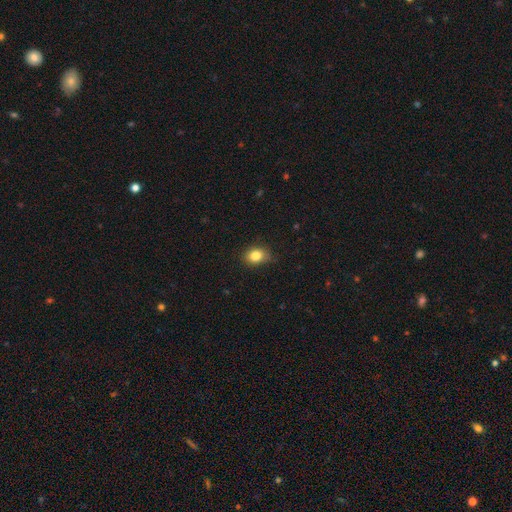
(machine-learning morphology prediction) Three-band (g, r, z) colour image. It shows a smooth galaxy with no disk features (83%) that is in between round and cigar-shaped (58%). Merging: none (76%).